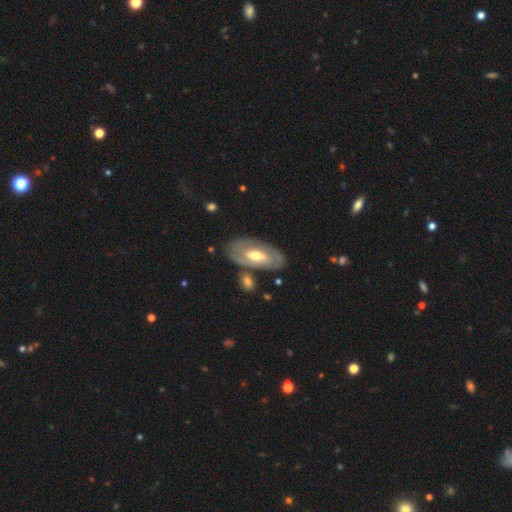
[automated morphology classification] Smooth or featured: featured or disk — 65% (smooth — 30%)
Edge-on disk: no — 88% (yes — 12%)
Bar: weak — 38% (tied with no — 38%)
Spiral arms: yes — 51% (no — 49%)
Bulge size: moderate — 68% (small — 23%)
Merging: none — 76% (minor disturbance — 13%)